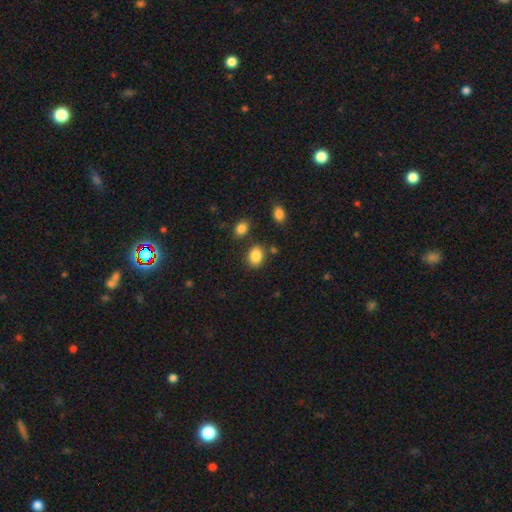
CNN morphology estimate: Overall: smooth (86%). How rounded: in between (66%; round 33%). Merging: none (79%).